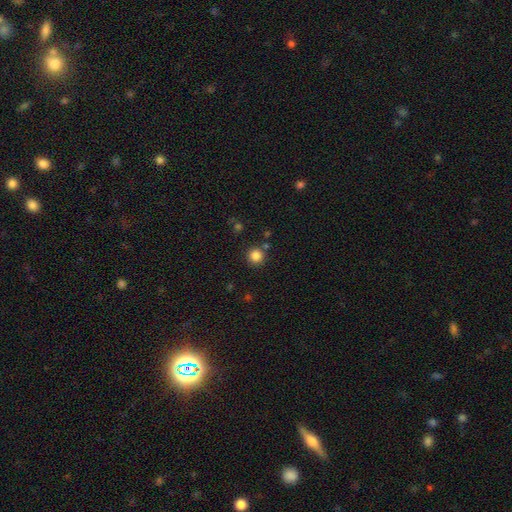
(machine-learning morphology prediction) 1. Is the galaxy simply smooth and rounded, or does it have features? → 84% smooth, 12% star or artifact, 4% featured or disk.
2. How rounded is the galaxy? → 95% round, 4% in between, 1% cigar-shaped.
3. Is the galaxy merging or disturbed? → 85% none, 7% minor disturbance, 6% merger, 2% major disturbance.